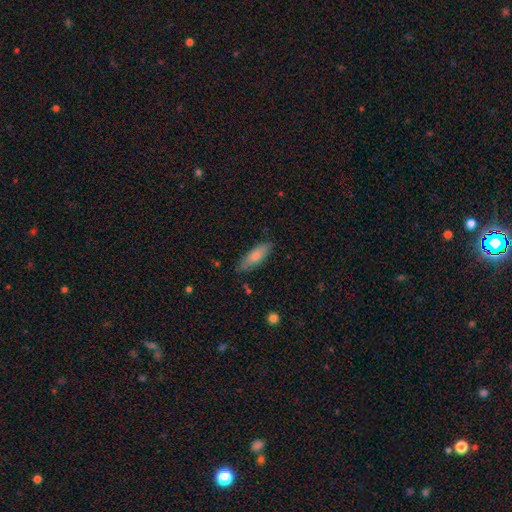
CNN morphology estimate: Smooth or featured?
  - smooth: 80% *
  - featured or disk: 14%
  - star or artifact: 6%
How rounded?
  - in between: 58% *
  - cigar-shaped: 40%
  - round: 2%
Merging?
  - none: 82% *
  - minor disturbance: 14%
  - major disturbance: 3%
  - merger: 2%